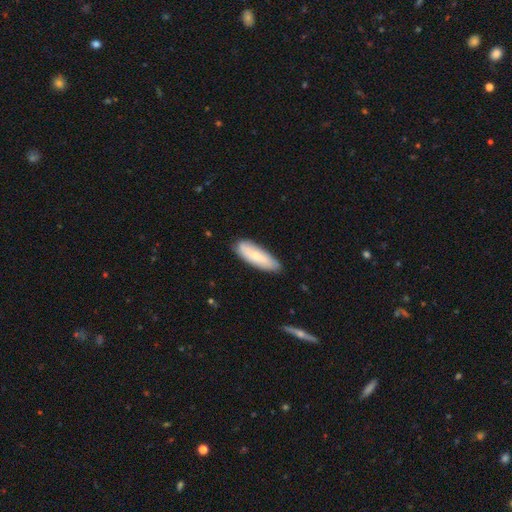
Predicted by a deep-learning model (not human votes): Overall: smooth (66%; featured or disk 28%). How rounded: in between (51%; cigar-shaped 47%). Merging: none (83%).